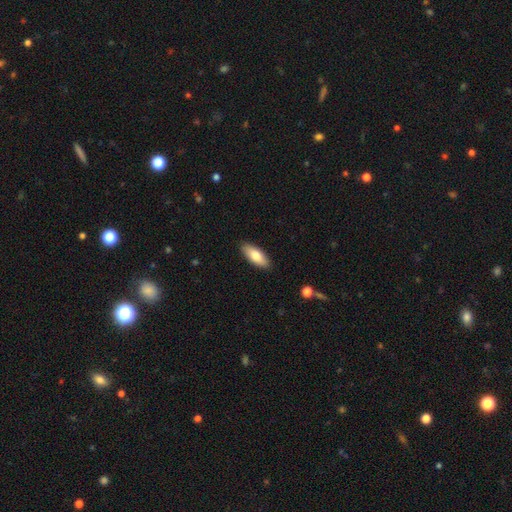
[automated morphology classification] type=smooth (77%); roundness=in between (79%); merging=none (89%).